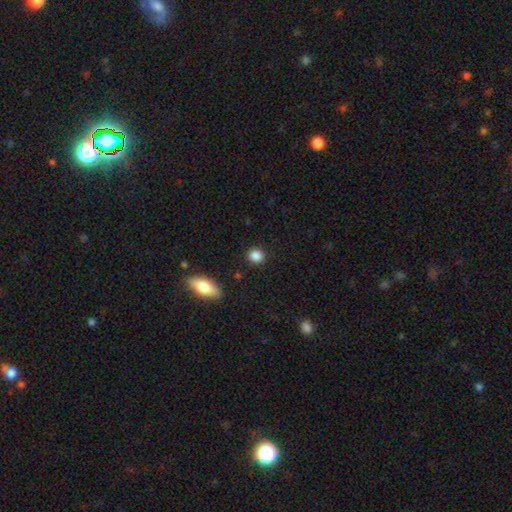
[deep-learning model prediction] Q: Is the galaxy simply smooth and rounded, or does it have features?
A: smooth — 87%.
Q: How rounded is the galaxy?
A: round — 78%.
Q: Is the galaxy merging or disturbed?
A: none — 89%.